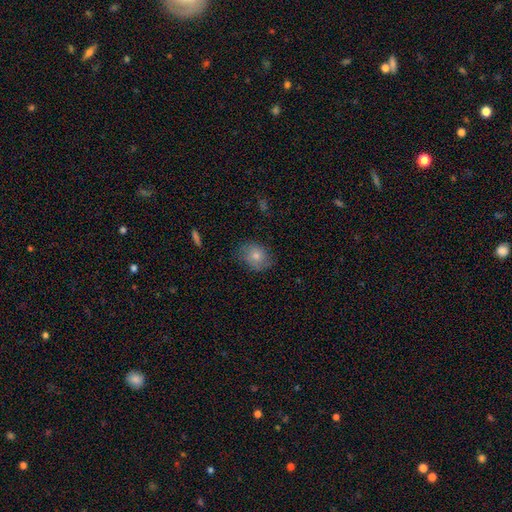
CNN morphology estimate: A smooth galaxy with no disk features (75%) that is round (52%). Merging: none (71%).